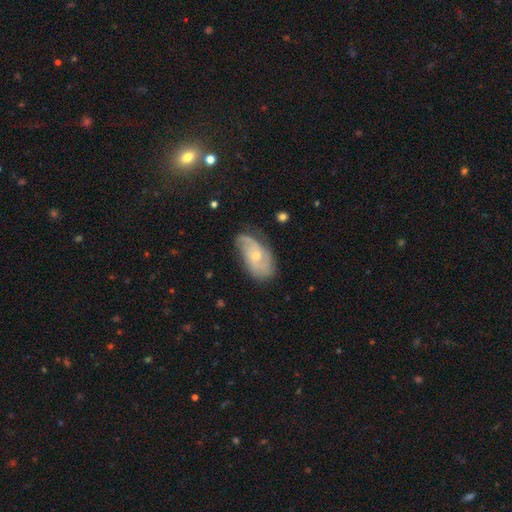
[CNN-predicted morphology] Smooth or featured? featured or disk (76%)
Edge-on disk? no (95%)
Bar? no (68%)
Spiral arms? yes (93%)
Spiral winding? medium (43%)
Spiral arm count? 2 (53%)
Bulge size? small (58%)
Merging? none (65%)